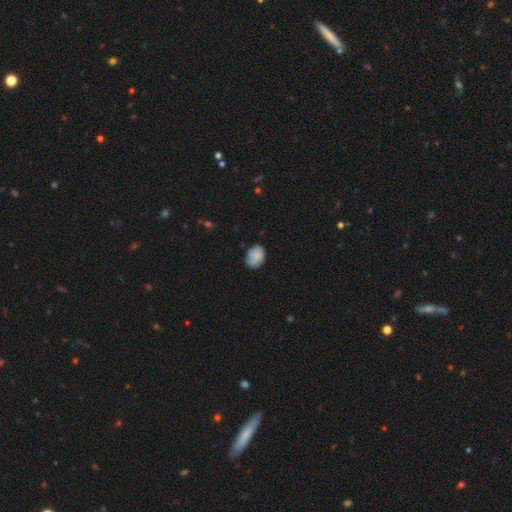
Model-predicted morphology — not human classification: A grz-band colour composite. It shows a smooth galaxy with no disk features (74%) that is in between round and cigar-shaped (72%). Merging: none (58%).